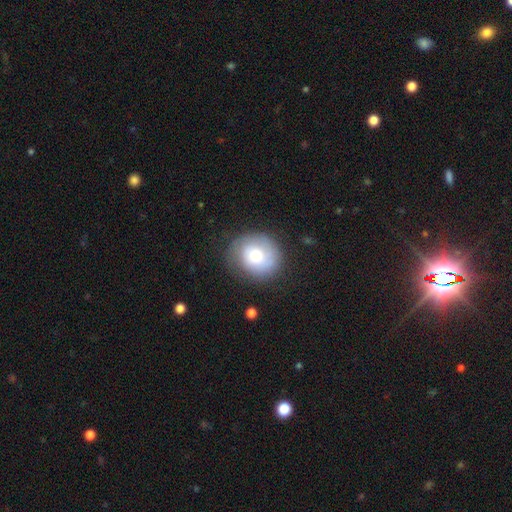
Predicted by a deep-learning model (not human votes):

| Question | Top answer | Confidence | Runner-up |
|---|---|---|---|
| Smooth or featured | smooth | 58% | featured or disk (33%) |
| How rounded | round | 84% | in between (15%) |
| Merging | none | 76% | minor disturbance (17%) |